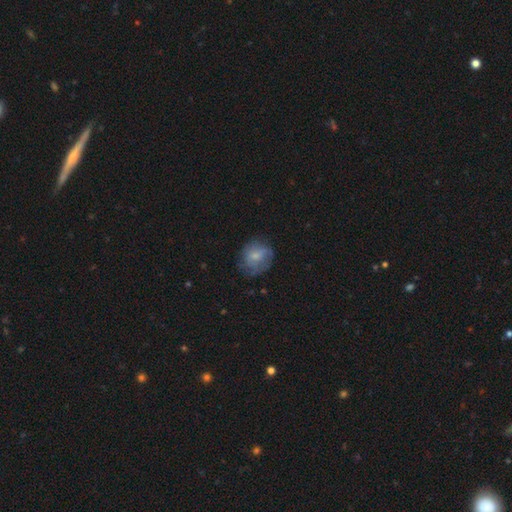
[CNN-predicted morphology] smooth-or-featured: smooth: 57% | featured or disk: 34% | star or artifact: 9%
  how-rounded: round: 70% | in between: 29% | cigar-shaped: 1%
  merging: none: 58% | minor disturbance: 26% | major disturbance: 14% | merger: 1%